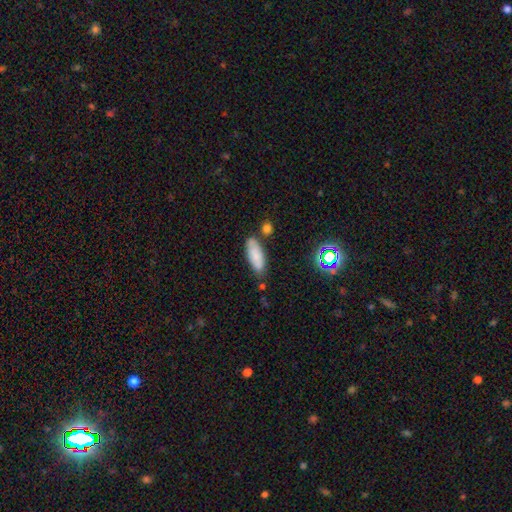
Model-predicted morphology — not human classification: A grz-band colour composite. It shows a smooth galaxy with no disk features (81%) that is in between round and cigar-shaped (71%). Merging: none (67%).